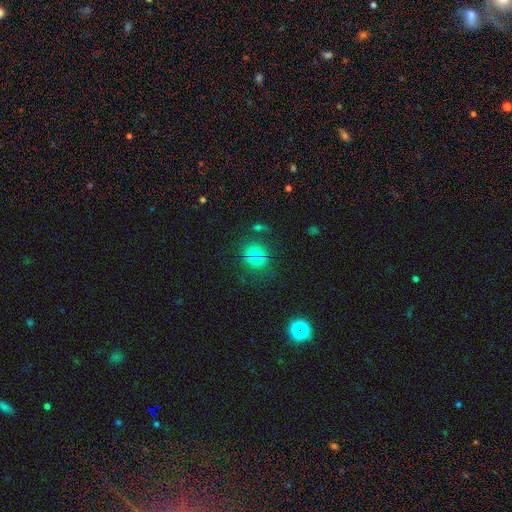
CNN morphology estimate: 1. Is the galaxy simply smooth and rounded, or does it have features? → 67% smooth, 23% star or artifact, 10% featured or disk.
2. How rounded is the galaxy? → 74% round, 25% in between, 2% cigar-shaped.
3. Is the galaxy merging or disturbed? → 74% none, 14% minor disturbance, 6% merger, 6% major disturbance.